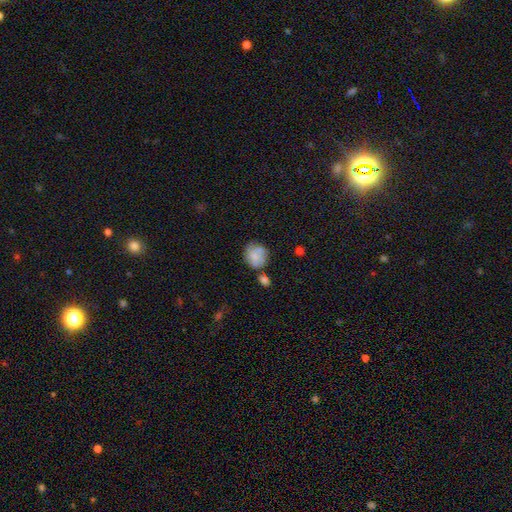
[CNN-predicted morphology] Q: Smooth or featured?
A: smooth (72%); runner-up: featured or disk (19%)
Q: How rounded?
A: round (69%); runner-up: in between (30%)
Q: Merging?
A: none (52%); runner-up: minor disturbance (25%)